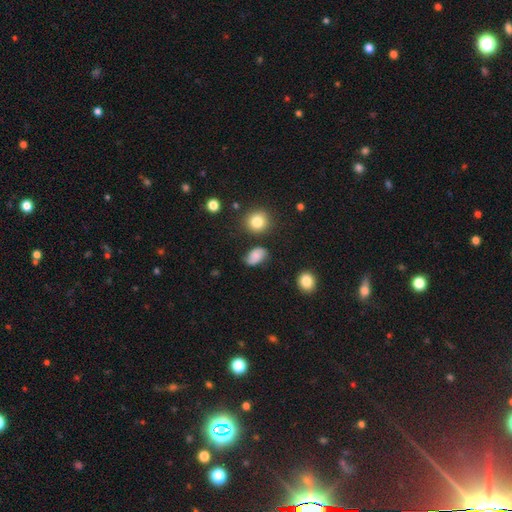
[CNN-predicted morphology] type=smooth (65%); roundness=in between (78%); merging=none (66%).